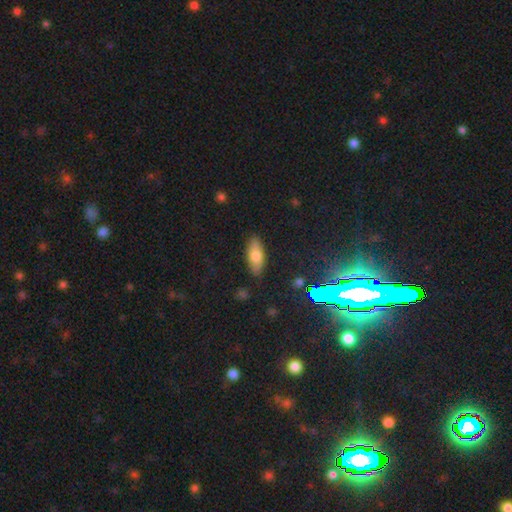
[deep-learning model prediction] A smooth galaxy with no disk features (75%) that is in between round and cigar-shaped (79%).

Vote fractions:
- Smooth or featured? smooth: 75% / featured or disk: 16% / star or artifact: 9%
- How rounded? in between: 79% / cigar-shaped: 18% / round: 3%
- Merging? none: 84% / minor disturbance: 12% / major disturbance: 3% / merger: 1%